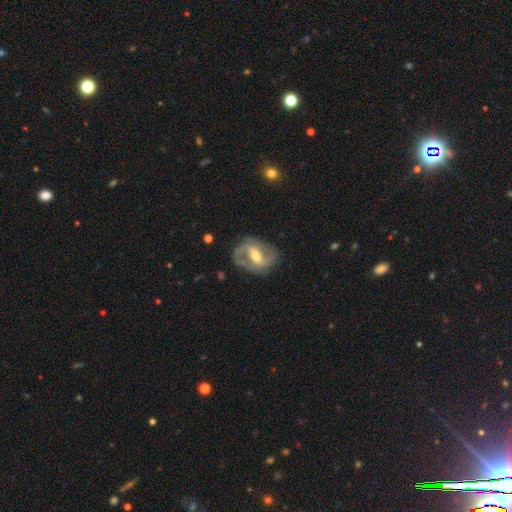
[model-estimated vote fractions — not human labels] Smooth or featured? featured or disk (85%)
Edge-on disk? no (97%)
Bar? weak (44%)
Spiral arms? yes (93%)
Spiral winding? medium (54%)
Spiral arm count? 2 (87%)
Bulge size? moderate (63%)
Merging? none (75%)